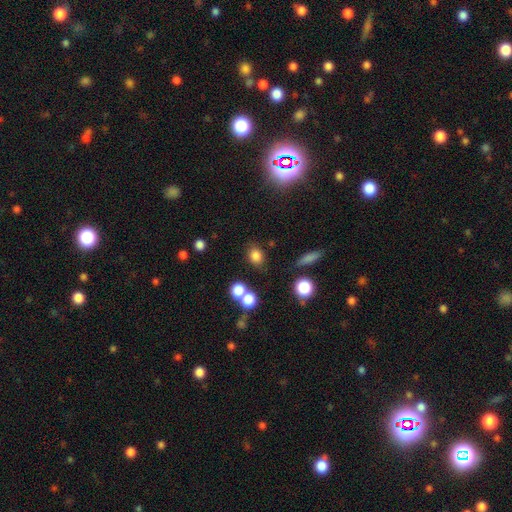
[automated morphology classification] Smooth or featured? smooth (80%)
How rounded? round (50%)
Merging? none (75%)